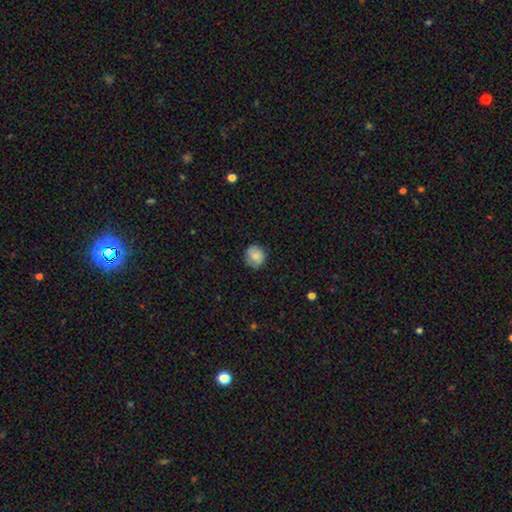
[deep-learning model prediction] A smooth galaxy with no disk features (74%) that is round (85%). Merging: none (79%).